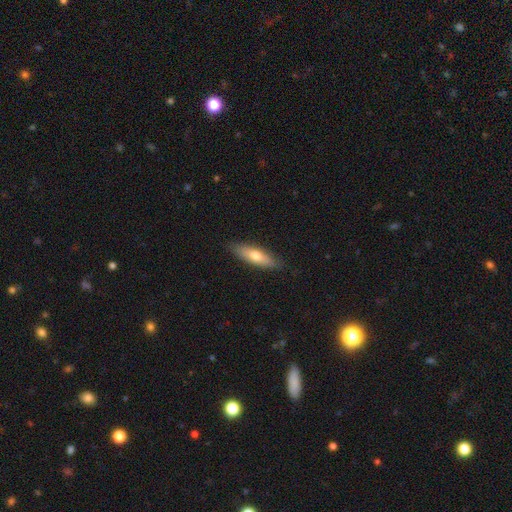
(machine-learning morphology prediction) type=smooth (64%); roundness=cigar-shaped (59%); merging=none (86%).